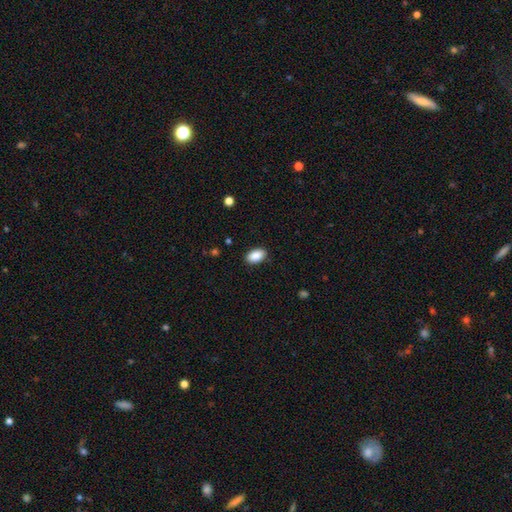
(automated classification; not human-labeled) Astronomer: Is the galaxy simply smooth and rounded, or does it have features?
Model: smooth — 89%.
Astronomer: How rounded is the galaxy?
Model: in between — 94%.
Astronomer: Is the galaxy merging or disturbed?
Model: none — 89%.